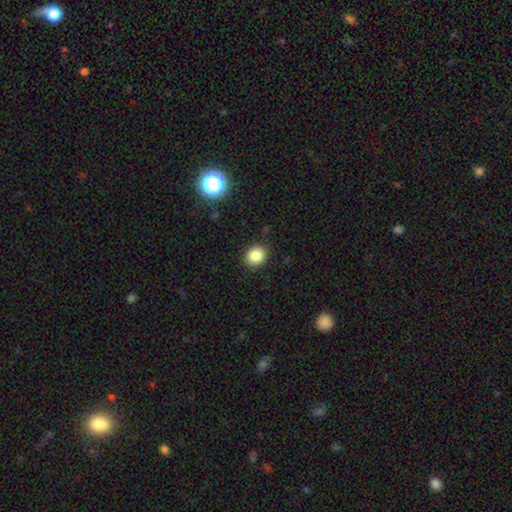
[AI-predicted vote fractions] This is clearly a smooth galaxy (85%). How rounded: possibly round (59%). Merging: clearly none (89%).